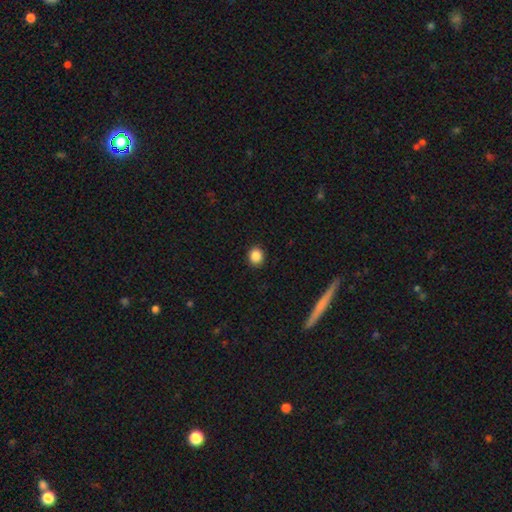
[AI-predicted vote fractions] A smooth galaxy with no disk features (87%) that is round (83%).

Vote fractions:
- Smooth or featured? smooth: 87% / star or artifact: 10% / featured or disk: 3%
- How rounded? round: 83% / in between: 16% / cigar-shaped: 1%
- Merging? none: 91% / minor disturbance: 6% / major disturbance: 2% / merger: 1%